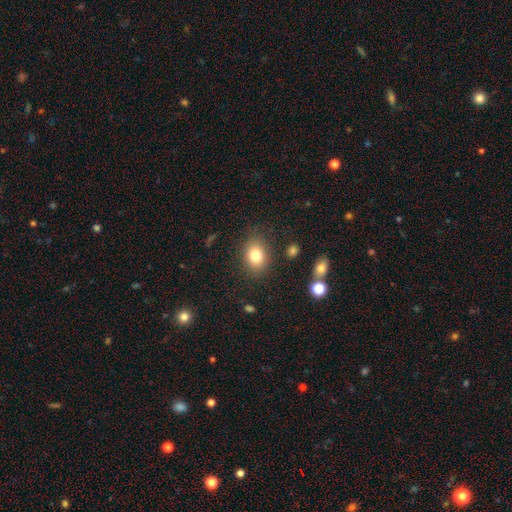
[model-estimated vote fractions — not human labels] The model was most divided on "how rounded": in between: 60%, round: 39%, cigar-shaped: 1%. More confident: merging — none (84%); smooth or featured — smooth (79%).